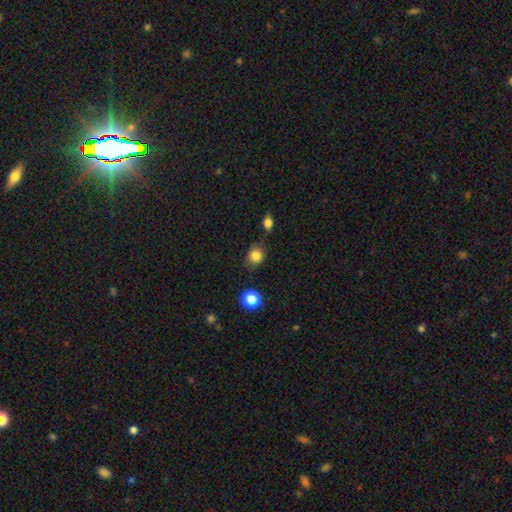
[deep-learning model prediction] Q: Smooth or featured?
A: smooth (84%); runner-up: star or artifact (11%)
Q: How rounded?
A: round (76%); runner-up: in between (23%)
Q: Merging?
A: none (74%); runner-up: minor disturbance (16%)